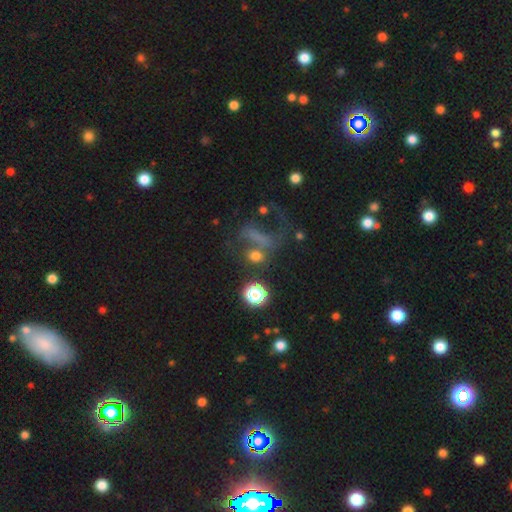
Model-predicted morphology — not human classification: type=smooth (54%); roundness=round (55%); merging=none (36%).